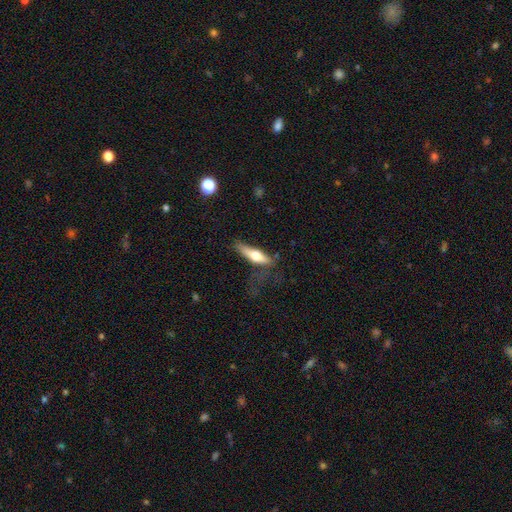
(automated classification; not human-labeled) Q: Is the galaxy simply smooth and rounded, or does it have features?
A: smooth — 56%.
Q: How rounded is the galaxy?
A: cigar-shaped — 67%.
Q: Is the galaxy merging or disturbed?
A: none — 43%.